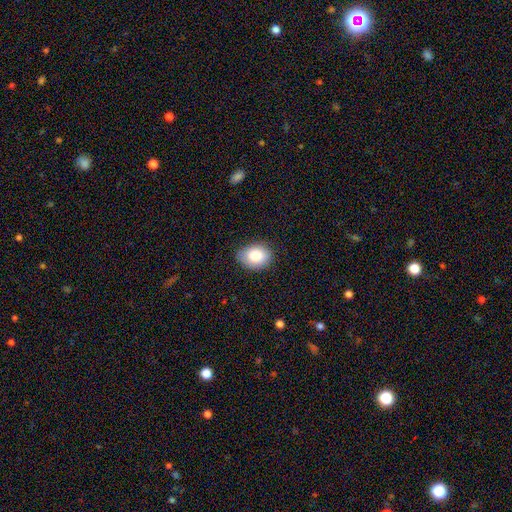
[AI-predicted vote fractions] The model was most divided on "how rounded": in between: 70%, round: 29%, cigar-shaped: 1%. More confident: smooth or featured — smooth (85%); merging — none (80%).